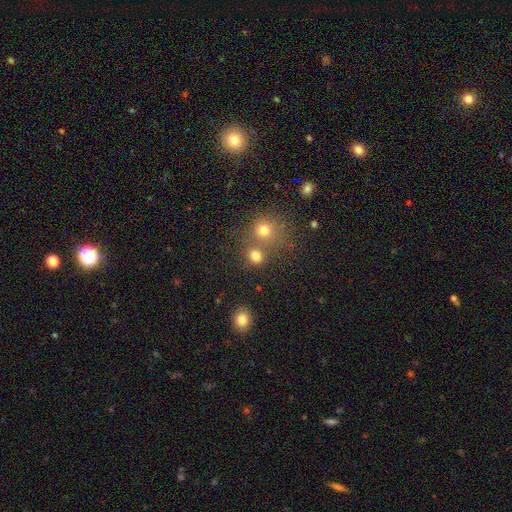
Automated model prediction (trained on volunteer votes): This is likely a smooth galaxy (77%). How rounded: clearly round (84%). Merging: likely none (61%).